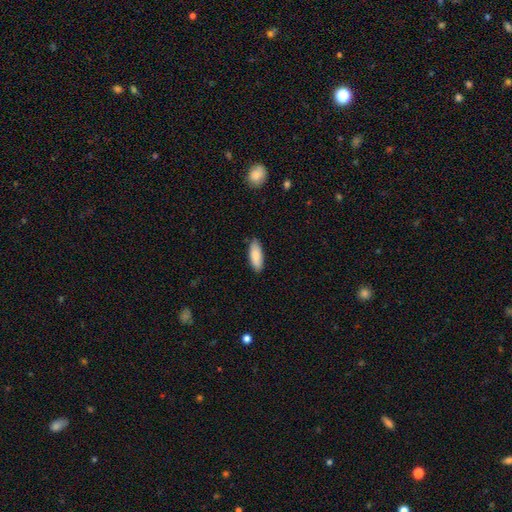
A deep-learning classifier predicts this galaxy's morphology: This appears to be a smooth galaxy with no disk features (88%) that is in between round and cigar-shaped (73%). Merging: none (86%).